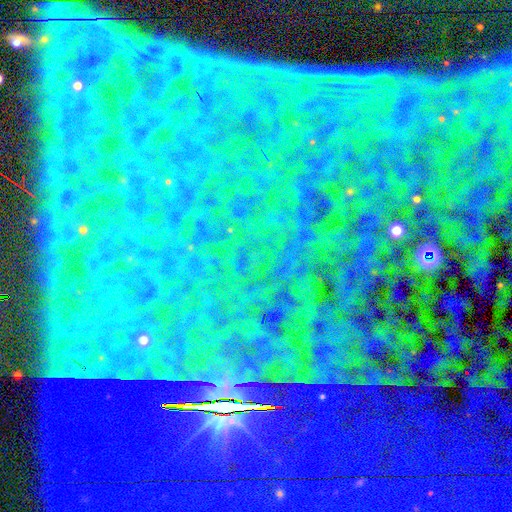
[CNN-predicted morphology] Smooth or featured?
  - star or artifact: 84% *
  - smooth: 9%
  - featured or disk: 8%